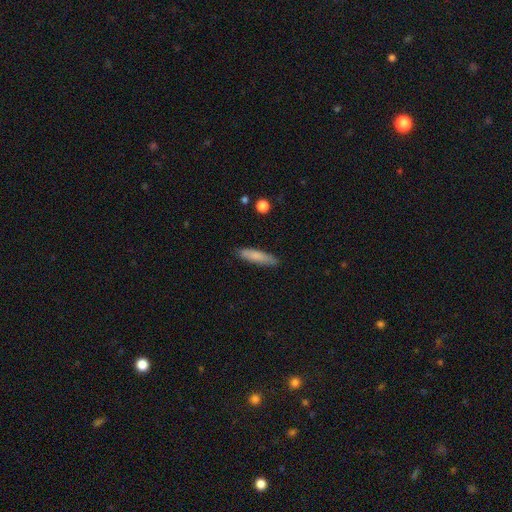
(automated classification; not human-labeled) Smooth or featured: smooth — 79% (featured or disk — 14%)
How rounded: cigar-shaped — 80% (in between — 19%)
Merging: none — 84% (minor disturbance — 12%)